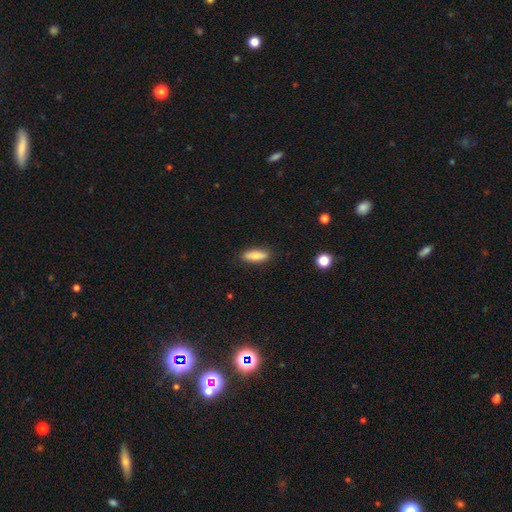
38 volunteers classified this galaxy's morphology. A smooth galaxy with no disk features (74%) that is in between round and cigar-shaped (61%). Merging: none (81%).